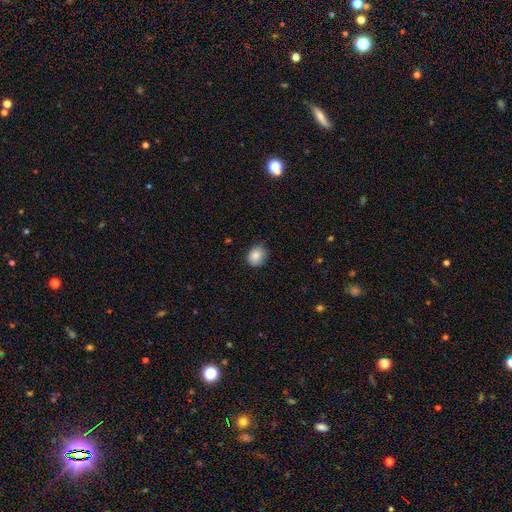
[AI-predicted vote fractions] This appears to be a smooth galaxy with no disk features (86%) that is round (54%). Merging: none (82%).